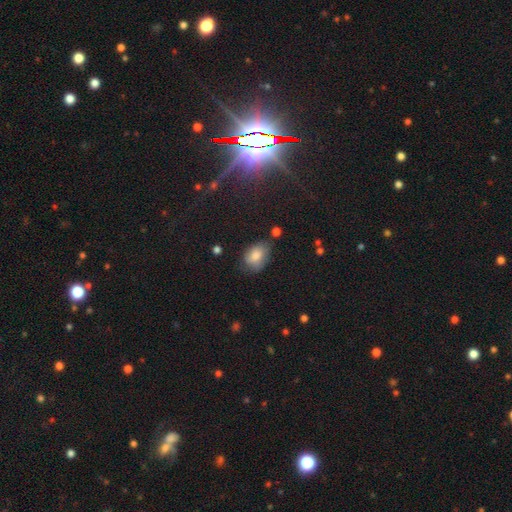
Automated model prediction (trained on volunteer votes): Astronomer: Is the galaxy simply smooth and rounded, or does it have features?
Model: smooth — 80%.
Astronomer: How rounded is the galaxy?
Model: in between — 82%.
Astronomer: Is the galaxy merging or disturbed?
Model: none — 56% (runner-up: minor disturbance, 31%).